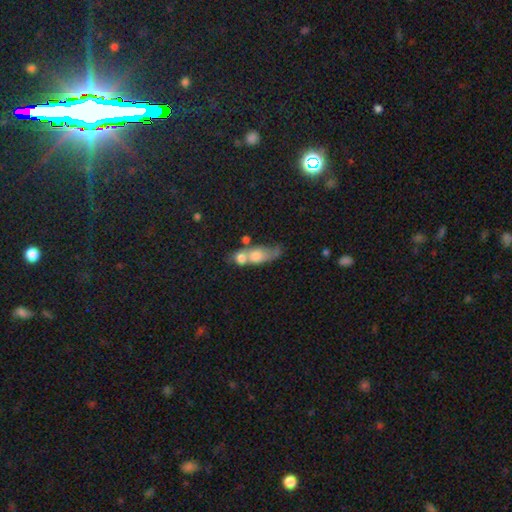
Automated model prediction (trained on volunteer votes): smooth_or_featured: smooth (p=0.63) [alt: featured or disk p=0.26]
how_rounded: in between (p=0.53) [alt: round p=0.29]
merging: merger (p=0.58) [alt: none p=0.19]